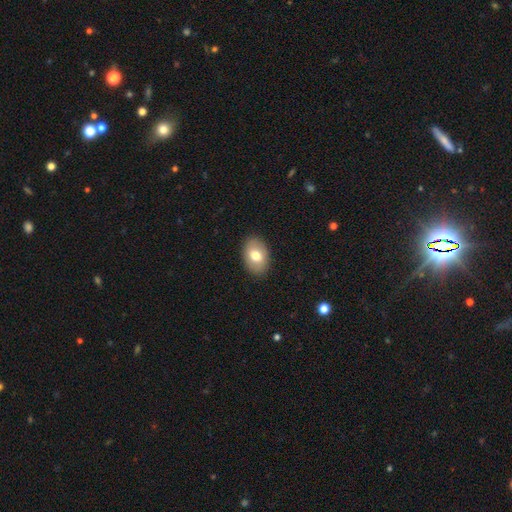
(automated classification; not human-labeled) Smooth or featured? smooth (73%)
How rounded? in between (82%)
Merging? none (89%)